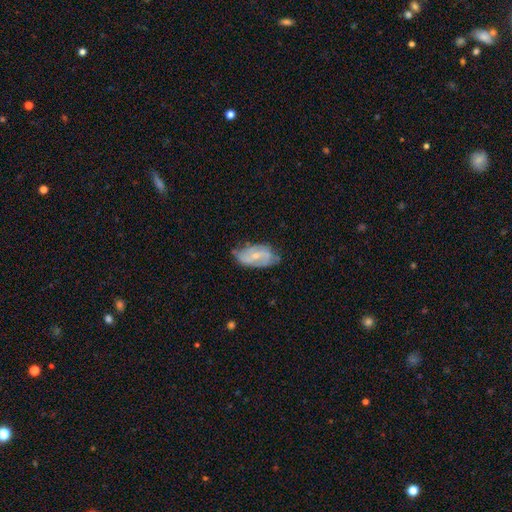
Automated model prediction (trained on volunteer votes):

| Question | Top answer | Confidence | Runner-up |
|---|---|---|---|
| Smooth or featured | featured or disk | 70% | smooth (23%) |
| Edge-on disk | no | 95% | yes (5%) |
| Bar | weak | 48% | no (32%) |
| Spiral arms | yes | 84% | no (16%) |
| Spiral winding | medium | 43% | tight (29%) |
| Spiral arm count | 2 | 70% | can't tell (18%) |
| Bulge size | small | 61% | moderate (34%) |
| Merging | none | 60% | minor disturbance (30%) |